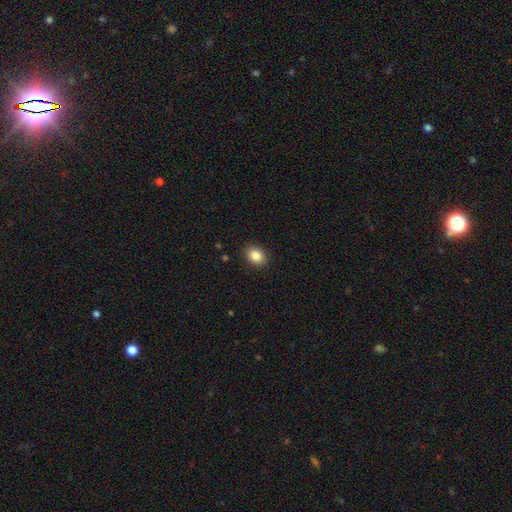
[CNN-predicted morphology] type=smooth (86%); roundness=in between (62%); merging=none (90%).